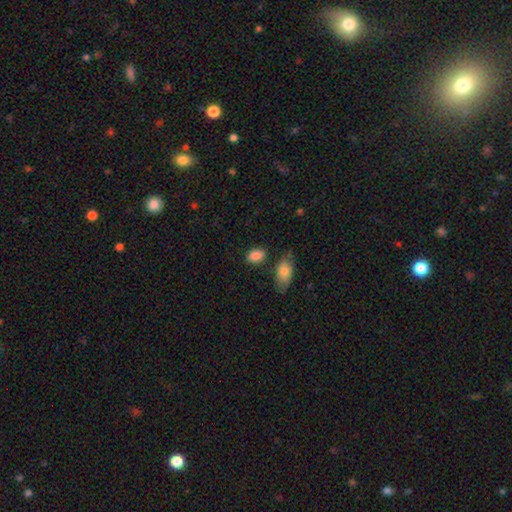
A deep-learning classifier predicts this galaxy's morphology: Smooth or featured? Predicted: smooth (p=0.86). How rounded? Predicted: in between (p=0.85). Merging? Predicted: none (p=0.76).